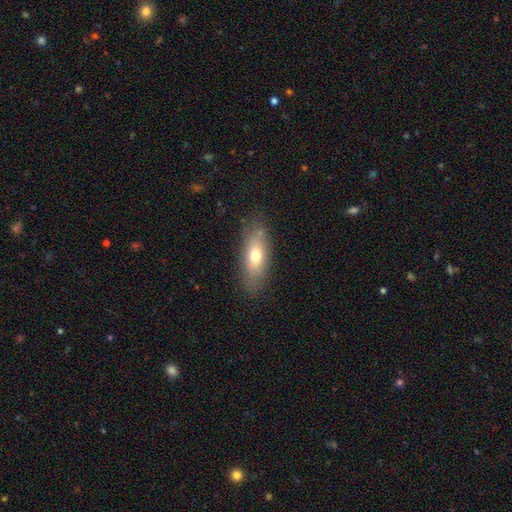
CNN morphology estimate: smooth-or-featured: smooth: 69% | featured or disk: 23% | star or artifact: 8%
  how-rounded: in between: 76% | cigar-shaped: 19% | round: 5%
  merging: none: 80% | minor disturbance: 14% | major disturbance: 4% | merger: 2%